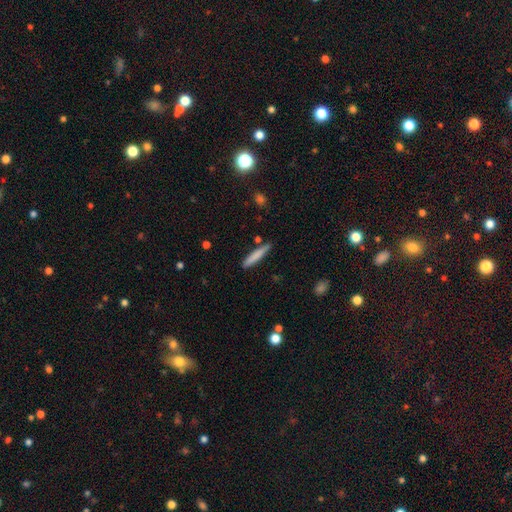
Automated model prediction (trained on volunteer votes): Morphology: type=smooth (76%); roundness=cigar-shaped (93%); merging=none (83%).